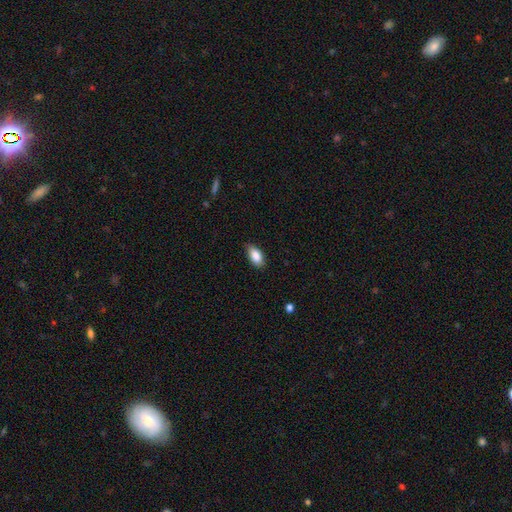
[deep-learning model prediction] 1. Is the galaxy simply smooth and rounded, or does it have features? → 87% smooth, 7% star or artifact, 6% featured or disk.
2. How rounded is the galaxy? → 92% in between, 5% cigar-shaped, 3% round.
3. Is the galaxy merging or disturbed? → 84% none, 13% minor disturbance, 2% major disturbance, 1% merger.